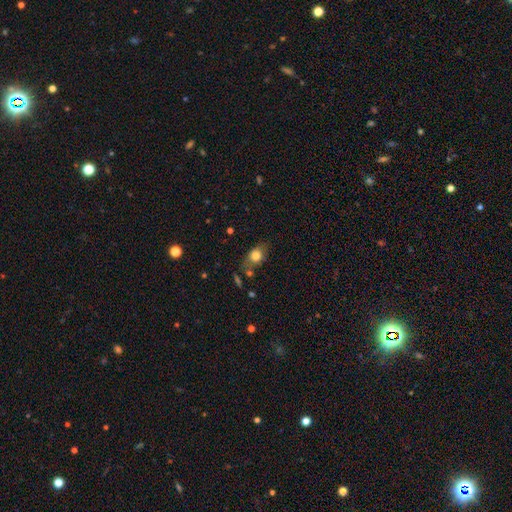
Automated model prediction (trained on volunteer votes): Q: Smooth or featured?
A: smooth (76%); runner-up: featured or disk (14%)
Q: How rounded?
A: in between (66%); runner-up: round (31%)
Q: Merging?
A: none (65%); runner-up: minor disturbance (21%)